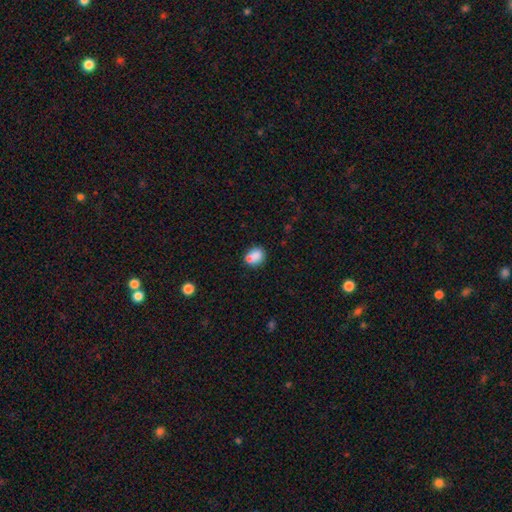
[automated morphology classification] smooth_or_featured: smooth (p=0.80) [alt: featured or disk p=0.10]
how_rounded: in between (p=0.51) [alt: round p=0.48]
merging: none (p=0.52) [alt: merger p=0.28]